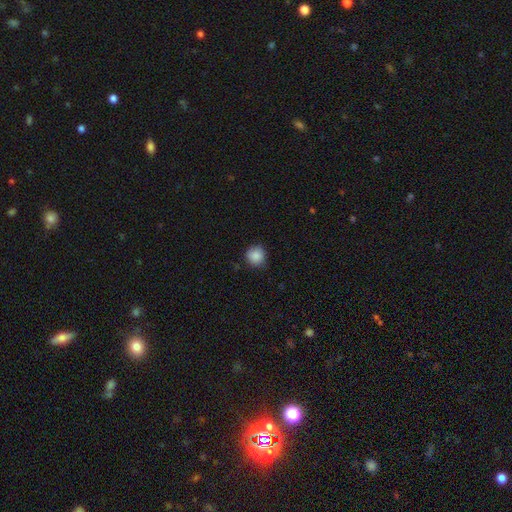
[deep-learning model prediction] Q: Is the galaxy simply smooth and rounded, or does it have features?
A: smooth — 87%.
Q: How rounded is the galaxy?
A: round — 93%.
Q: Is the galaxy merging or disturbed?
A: none — 83%.